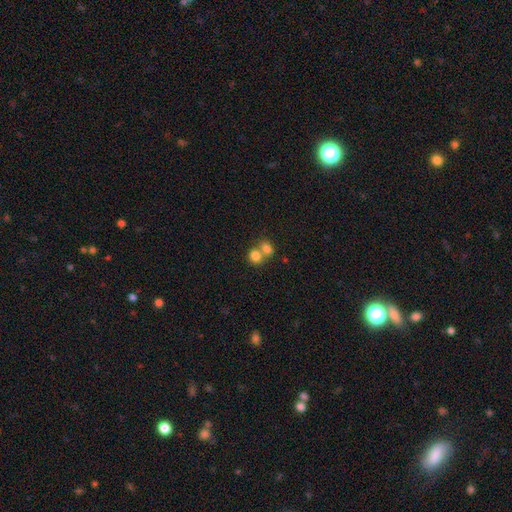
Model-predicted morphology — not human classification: smooth-or-featured: smooth: 79% | featured or disk: 11% | star or artifact: 10%
  how-rounded: round: 72% | in between: 27% | cigar-shaped: 1%
  merging: merger: 59% | none: 33% | minor disturbance: 6% | major disturbance: 3%